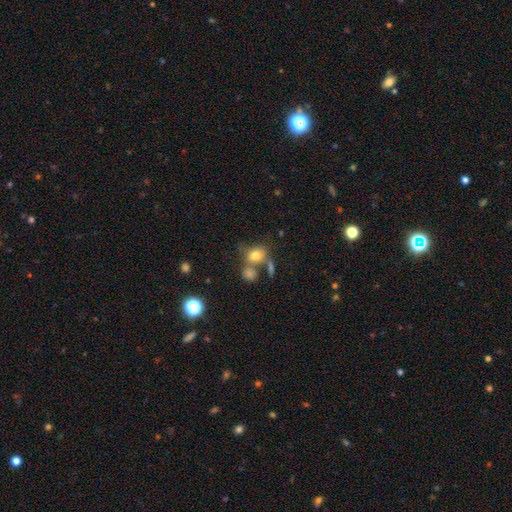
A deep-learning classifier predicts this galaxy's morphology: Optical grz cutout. It shows a smooth galaxy with no disk features (75%) that is round (63%). Merging: none (50%).